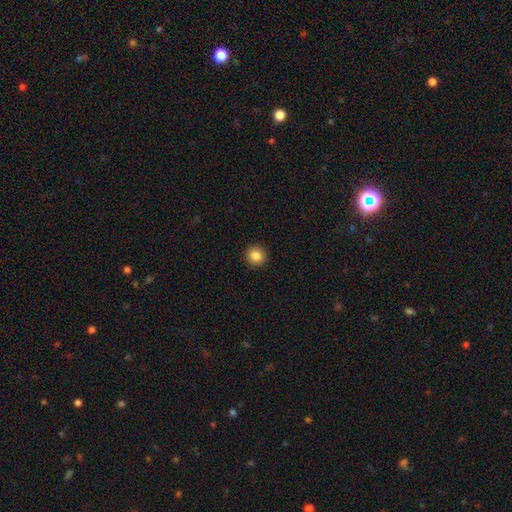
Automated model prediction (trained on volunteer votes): smooth 85%, star or artifact 10%, featured or disk 5%. Down the decision tree: how rounded — round (94%); merging — none (93%).